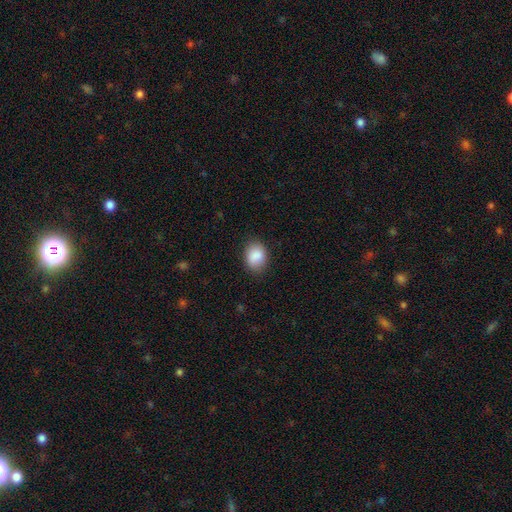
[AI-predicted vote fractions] Overall: smooth (88%). How rounded: in between (66%; round 33%). Merging: none (82%).